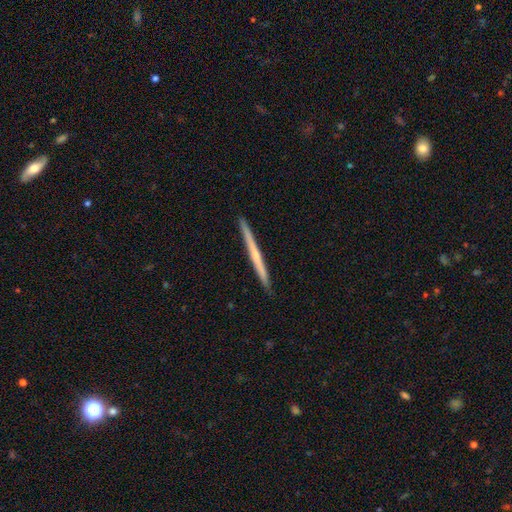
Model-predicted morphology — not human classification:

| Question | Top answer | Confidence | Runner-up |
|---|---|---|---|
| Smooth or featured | featured or disk | 61% | smooth (34%) |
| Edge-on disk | yes | 98% | no (2%) |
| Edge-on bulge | none | 60% | rounded (36%) |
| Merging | none | 92% | minor disturbance (6%) |